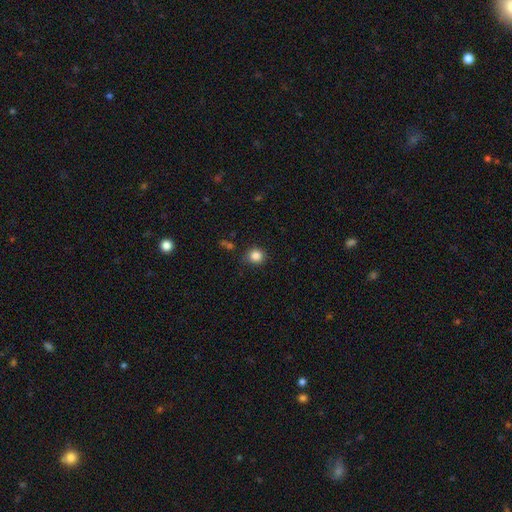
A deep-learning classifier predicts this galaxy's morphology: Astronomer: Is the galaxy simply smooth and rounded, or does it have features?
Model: smooth — 85%.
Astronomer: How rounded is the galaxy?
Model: round — 87%.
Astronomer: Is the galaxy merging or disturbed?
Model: none — 84%.